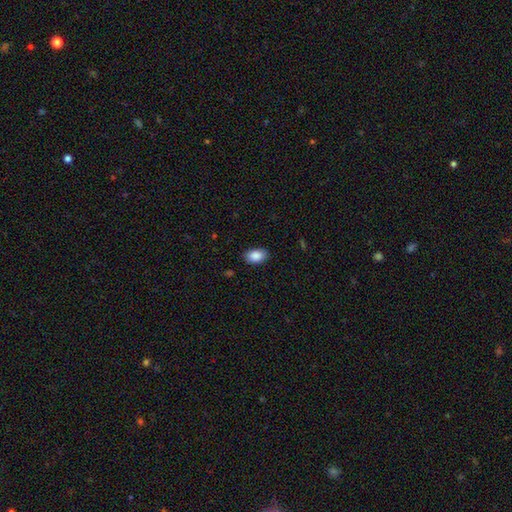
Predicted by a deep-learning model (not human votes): Overall: smooth (89%). How rounded: in between (89%). Merging: none (86%).